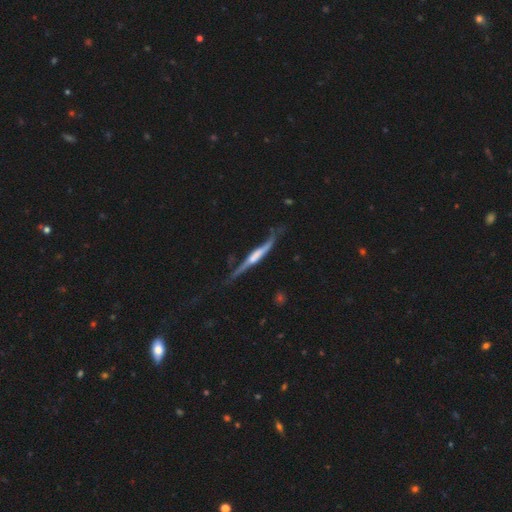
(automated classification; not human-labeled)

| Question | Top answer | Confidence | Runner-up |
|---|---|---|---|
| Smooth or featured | featured or disk | 69% | smooth (25%) |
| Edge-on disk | yes | 87% | no (13%) |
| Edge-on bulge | rounded | 44% | boxy (31%) |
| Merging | none | 50% | minor disturbance (29%) |